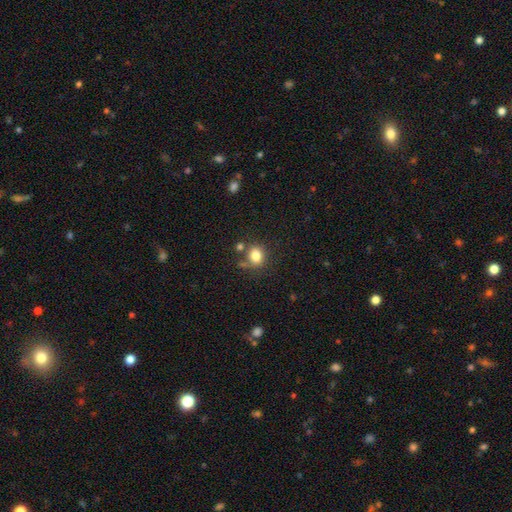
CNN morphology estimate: This is clearly a smooth galaxy (81%). How rounded: likely round (64%). Merging: likely none (67%).